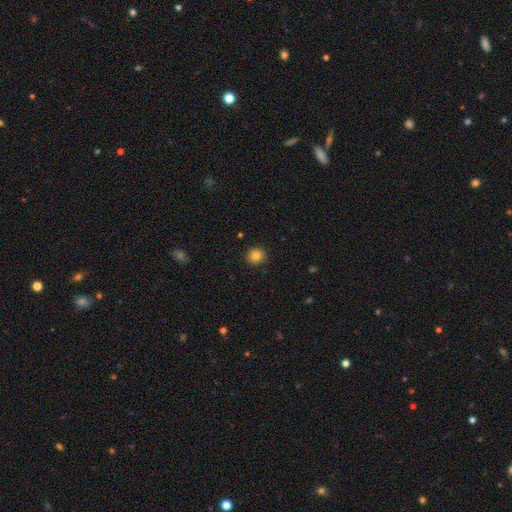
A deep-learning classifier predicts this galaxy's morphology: This is clearly a smooth galaxy (83%). How rounded: clearly round (92%). Merging: clearly none (91%).